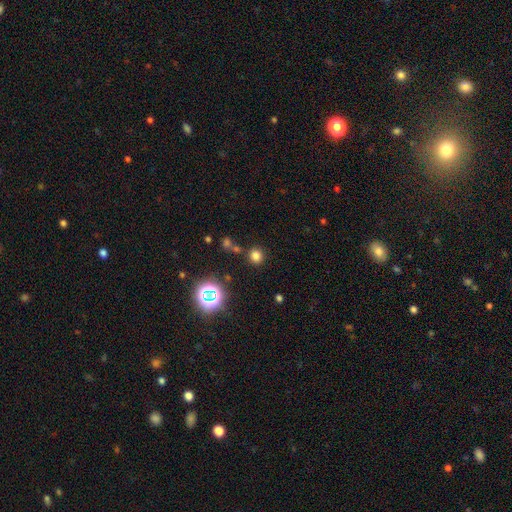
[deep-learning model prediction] Smooth or featured: smooth — 71% (star or artifact — 23%)
How rounded: round — 86% (in between — 13%)
Merging: none — 79% (merger — 9%)